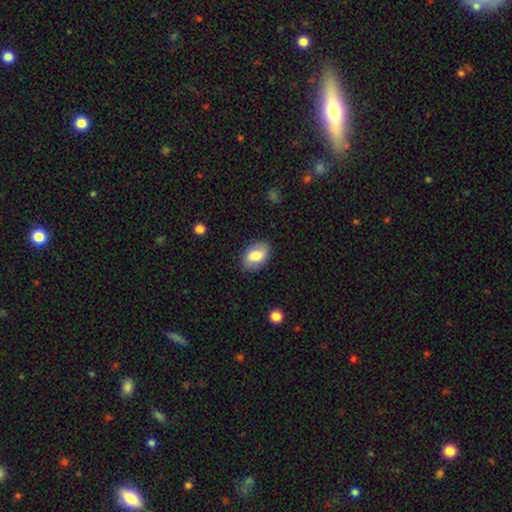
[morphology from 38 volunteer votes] A smooth galaxy with no disk features (79%) that is in between round and cigar-shaped (93%). Merging: none (84%).